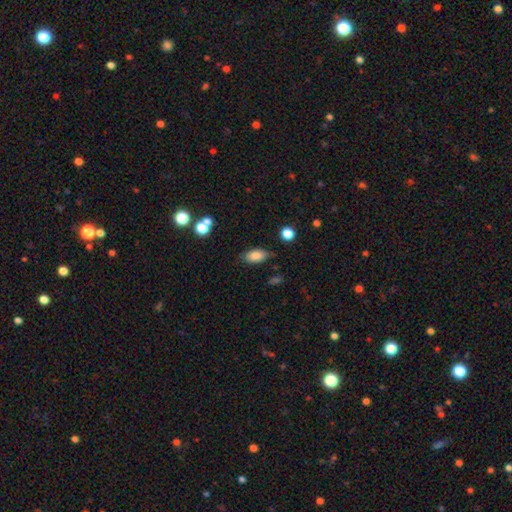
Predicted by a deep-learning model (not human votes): This appears to be a smooth galaxy with no disk features (83%) that is in between round and cigar-shaped (89%). Merging: none (77%).